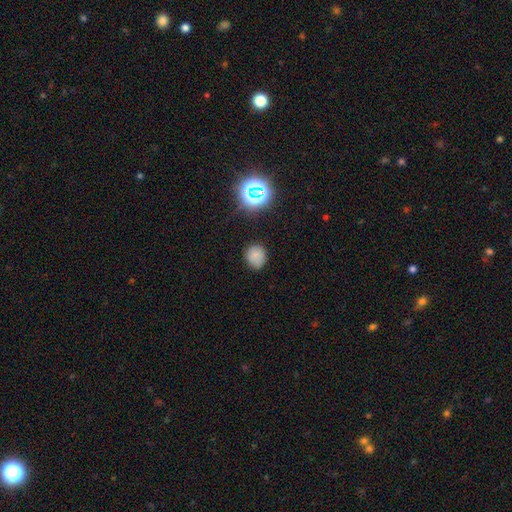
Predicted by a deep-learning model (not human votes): Smooth or featured? smooth (75%)
How rounded? round (77%)
Merging? none (82%)